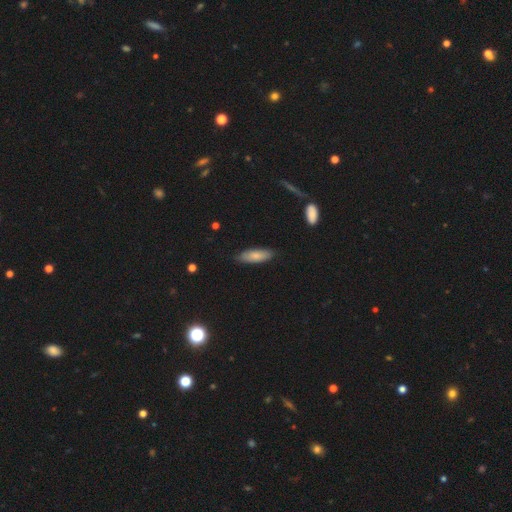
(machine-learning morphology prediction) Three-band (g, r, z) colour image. It shows a smooth galaxy with no disk features (80%) that is in between round and cigar-shaped (57%). Merging: none (83%).